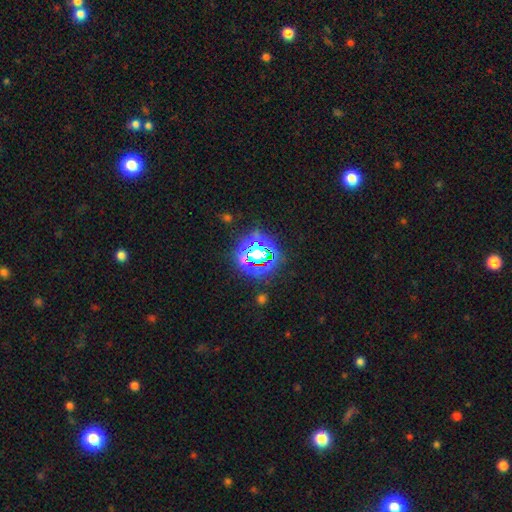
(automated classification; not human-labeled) A star or artifact, not a galaxy (64%).